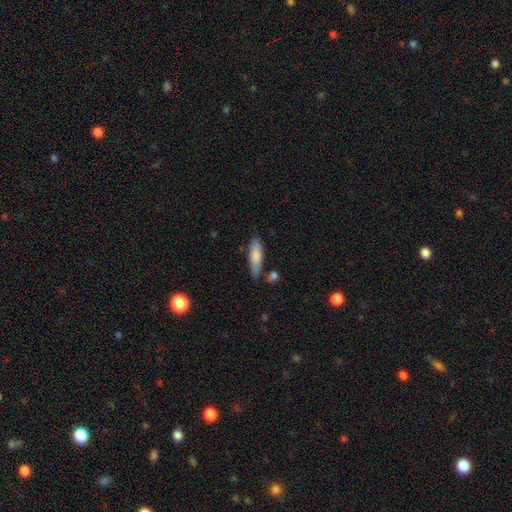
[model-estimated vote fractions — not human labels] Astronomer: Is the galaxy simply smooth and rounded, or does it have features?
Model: smooth — 81%.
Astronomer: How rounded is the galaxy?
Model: cigar-shaped — 52% (runner-up: in between, 47%).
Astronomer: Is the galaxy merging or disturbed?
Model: none — 75%.